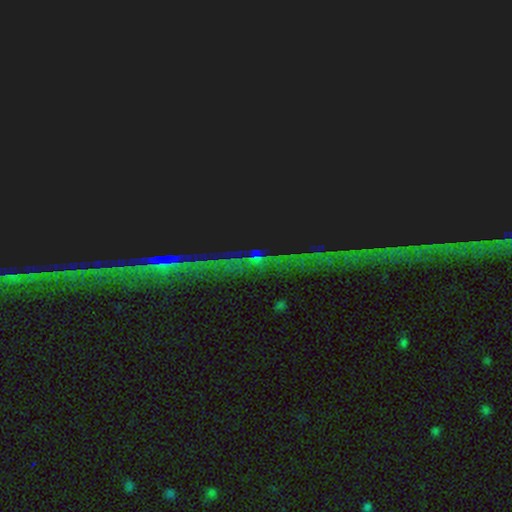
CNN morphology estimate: smooth-or-featured: star or artifact: 77% | featured or disk: 12% | smooth: 11%